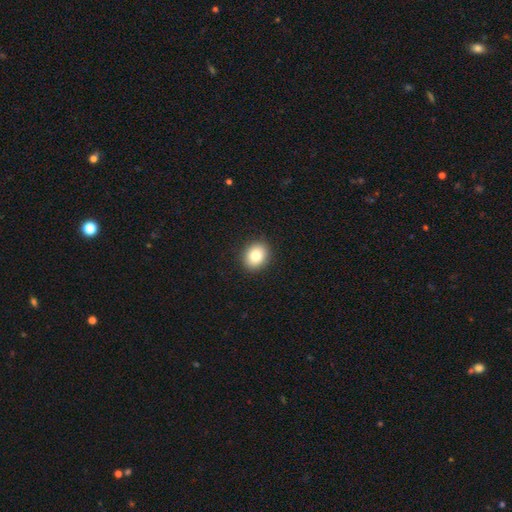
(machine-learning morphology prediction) smooth_or_featured: smooth (p=0.83) [alt: star or artifact p=0.09]
how_rounded: round (p=0.57) [alt: in between p=0.43]
merging: none (p=0.91) [alt: minor disturbance p=0.07]